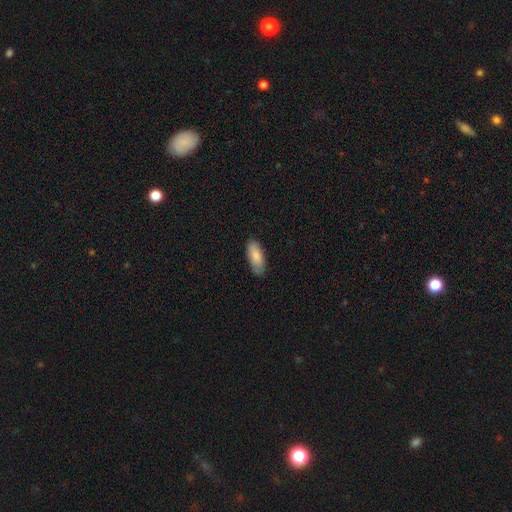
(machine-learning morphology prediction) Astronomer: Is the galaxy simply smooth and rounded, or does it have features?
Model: smooth — 85%.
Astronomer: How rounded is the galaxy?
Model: in between — 85%.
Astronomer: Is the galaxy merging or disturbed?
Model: none — 81%.